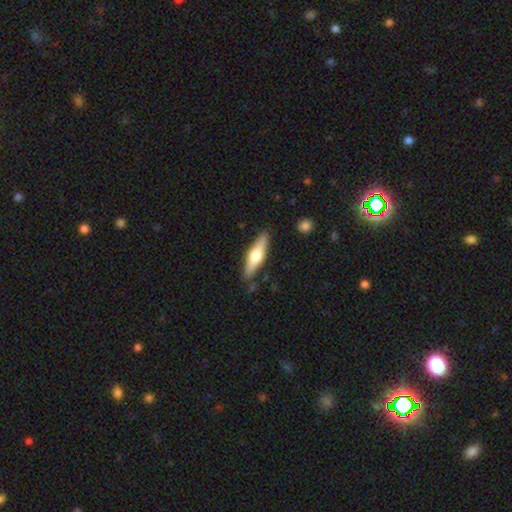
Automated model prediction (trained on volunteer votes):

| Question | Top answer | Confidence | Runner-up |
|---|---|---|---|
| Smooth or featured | featured or disk | 52% | smooth (43%) |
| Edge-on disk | yes | 93% | no (7%) |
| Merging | none | 85% | minor disturbance (10%) |